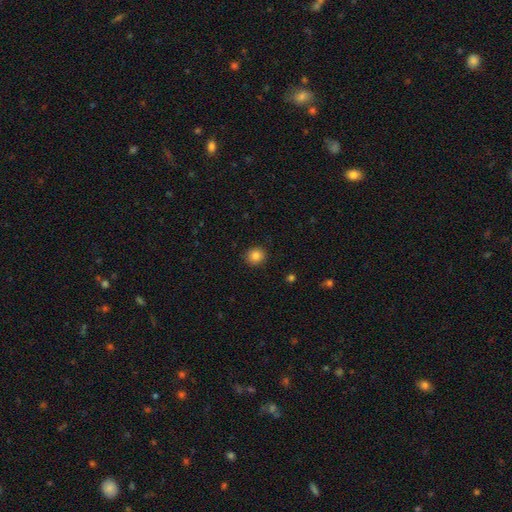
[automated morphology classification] Q: Smooth or featured?
A: smooth (84%); runner-up: star or artifact (11%)
Q: How rounded?
A: round (85%); runner-up: in between (14%)
Q: Merging?
A: none (90%); runner-up: minor disturbance (7%)